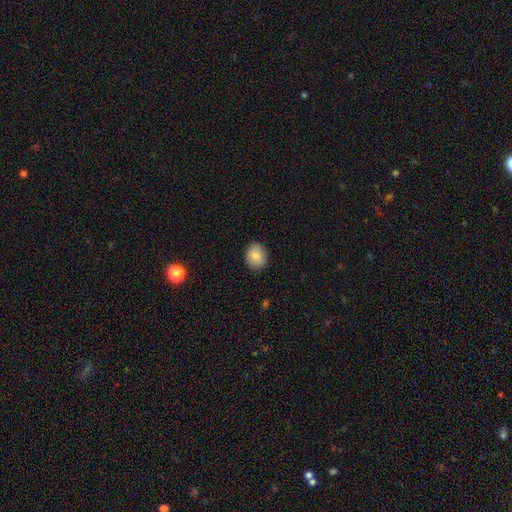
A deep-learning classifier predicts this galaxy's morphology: smooth_or_featured: smooth (p=0.83) [alt: featured or disk p=0.09]
how_rounded: round (p=0.63) [alt: in between p=0.37]
merging: none (p=0.87) [alt: minor disturbance p=0.10]